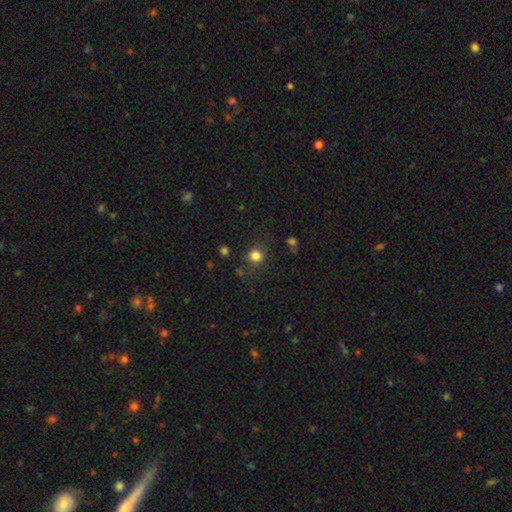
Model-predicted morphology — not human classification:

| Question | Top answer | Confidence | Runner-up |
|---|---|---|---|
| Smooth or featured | smooth | 82% | star or artifact (13%) |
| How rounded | round | 87% | in between (12%) |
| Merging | none | 82% | minor disturbance (11%) |